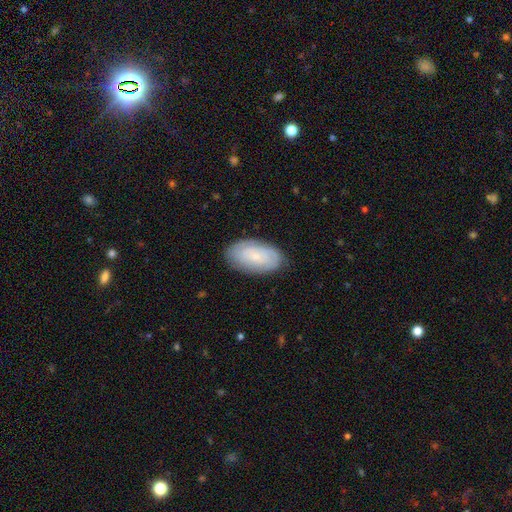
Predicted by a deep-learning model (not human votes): The model was most divided on "smooth or featured": smooth: 58%, featured or disk: 35%, star or artifact: 7%. More confident: how rounded — in between (94%); merging — none (82%).